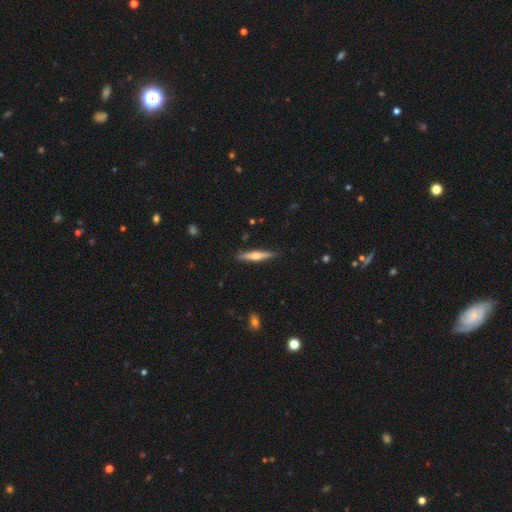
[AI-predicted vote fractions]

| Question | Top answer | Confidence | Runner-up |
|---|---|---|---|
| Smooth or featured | featured or disk | 58% | smooth (37%) |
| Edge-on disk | yes | 97% | no (3%) |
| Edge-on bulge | rounded | 89% | none (6%) |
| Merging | none | 90% | minor disturbance (7%) |